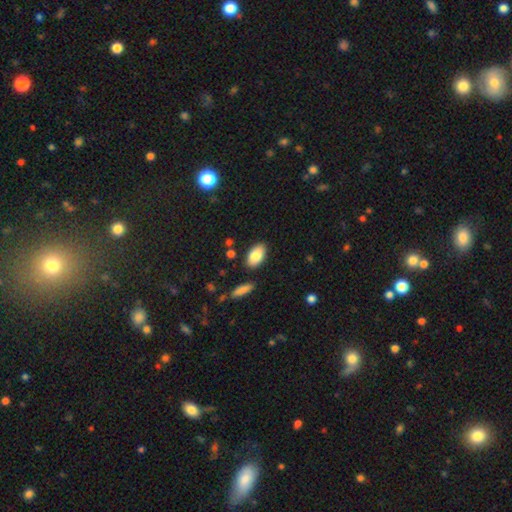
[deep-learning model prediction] The model was most divided on "smooth or featured": smooth: 84%, featured or disk: 9%, star or artifact: 7%. More confident: how rounded — in between (93%); merging — none (85%).